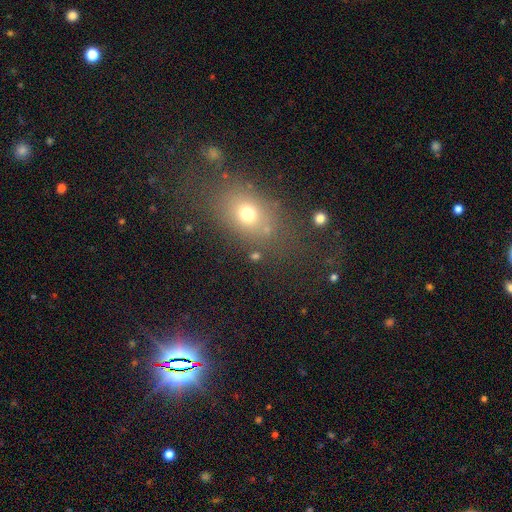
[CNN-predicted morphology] A smooth galaxy with no disk features (63%) that is in between round and cigar-shaped (53%).

Vote fractions:
- Smooth or featured? smooth: 63% / star or artifact: 24% / featured or disk: 13%
- How rounded? in between: 53% / round: 43% / cigar-shaped: 4%
- Merging? none: 74% / minor disturbance: 12% / major disturbance: 7% / merger: 7%